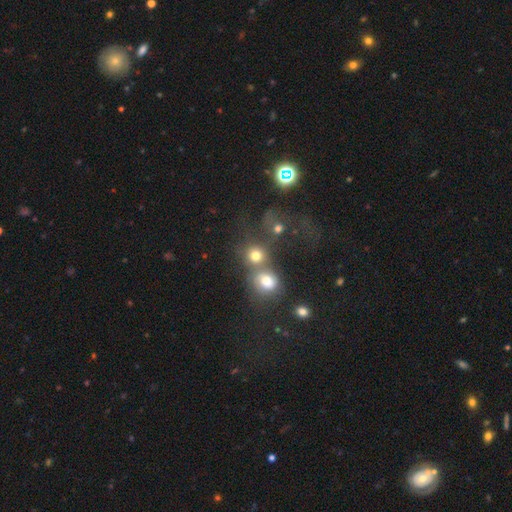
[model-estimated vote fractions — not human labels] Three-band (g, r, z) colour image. It shows a smooth galaxy with no disk features (72%) that is round (80%). Merging: merger (52%).